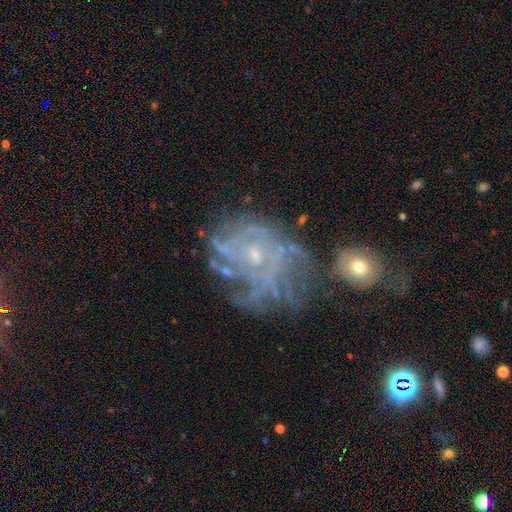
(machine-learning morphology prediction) Q: Smooth or featured?
A: featured or disk (77%); runner-up: star or artifact (13%)
Q: Edge-on disk?
A: no (97%); runner-up: yes (3%)
Q: Bar?
A: no (74%); runner-up: weak (21%)
Q: Spiral arms?
A: yes (82%); runner-up: no (18%)
Q: Spiral winding?
A: tight (61%); runner-up: medium (28%)
Q: Spiral arm count?
A: can't tell (49%); runner-up: 4 (14%)
Q: Bulge size?
A: small (72%); runner-up: moderate (20%)
Q: Merging?
A: none (47%); runner-up: major disturbance (22%)